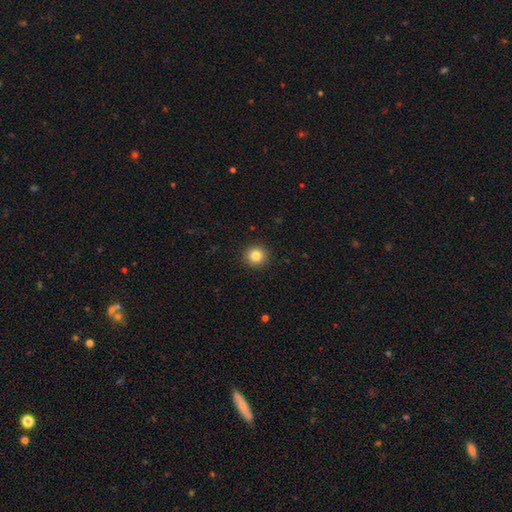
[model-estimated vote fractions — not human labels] This appears to be a smooth galaxy with no disk features (84%) that is round (93%). Merging: none (93%).